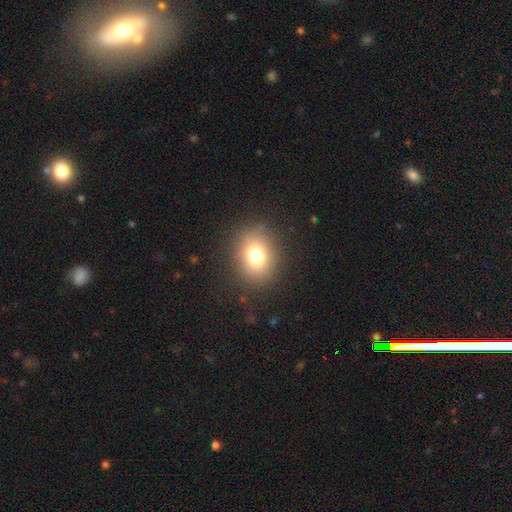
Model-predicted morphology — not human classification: This is likely a smooth galaxy (75%). How rounded: possibly round (60%). Merging: clearly none (86%).